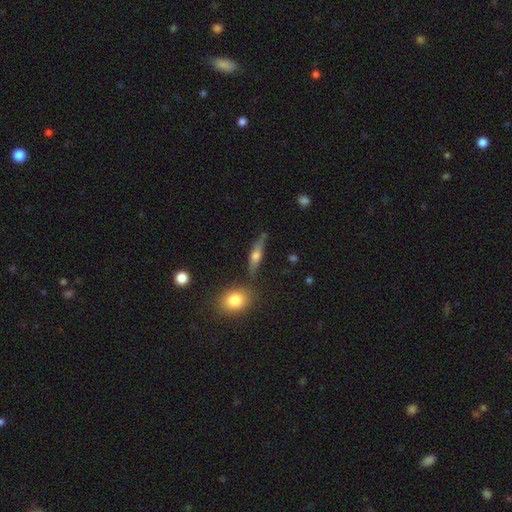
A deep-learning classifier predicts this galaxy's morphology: type=smooth (48%); merging=none (72%).